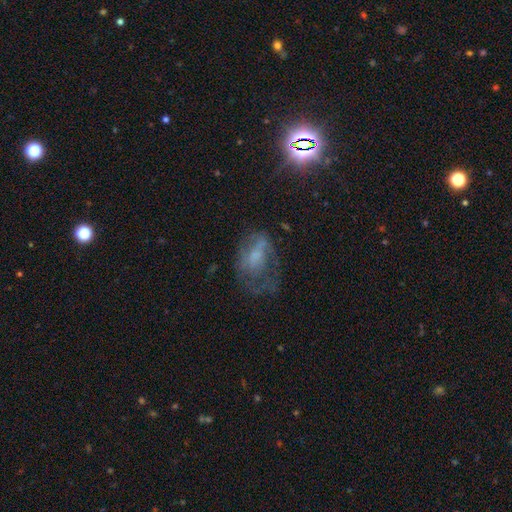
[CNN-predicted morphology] This appears to be a featured or disk galaxy (49%). Merging: major disturbance (38%).